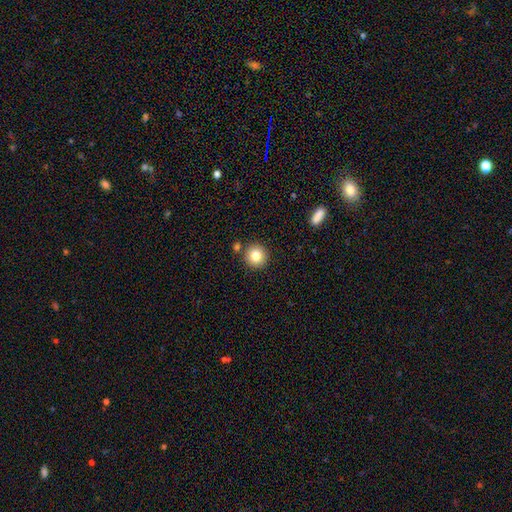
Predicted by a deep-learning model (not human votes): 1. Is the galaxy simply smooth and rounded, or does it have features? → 82% smooth, 10% star or artifact, 8% featured or disk.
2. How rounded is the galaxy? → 95% round, 4% in between, 1% cigar-shaped.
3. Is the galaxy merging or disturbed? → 86% none, 7% minor disturbance, 5% merger, 2% major disturbance.